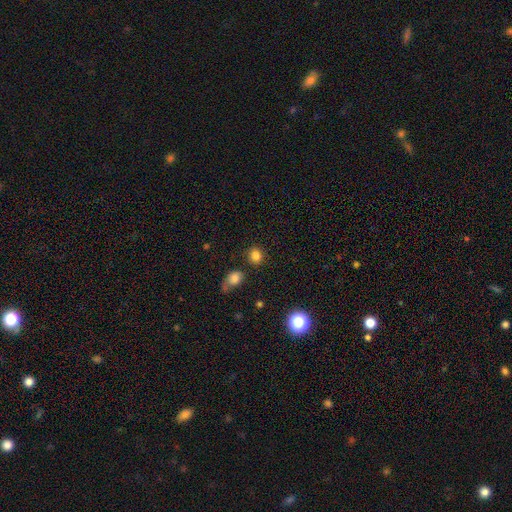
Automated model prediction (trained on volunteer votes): This is clearly a smooth galaxy (82%). How rounded: likely round (68%). Merging: likely none (80%).